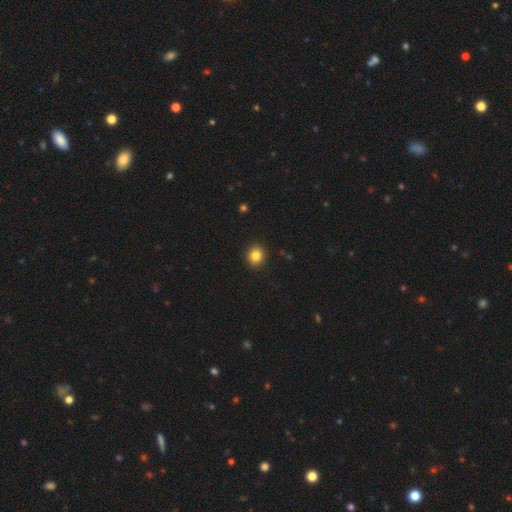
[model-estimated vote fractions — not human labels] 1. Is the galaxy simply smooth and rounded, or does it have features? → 84% smooth, 11% star or artifact, 5% featured or disk.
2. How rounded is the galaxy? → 85% round, 14% in between, 1% cigar-shaped.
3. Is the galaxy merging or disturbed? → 92% none, 5% minor disturbance, 2% major disturbance, 1% merger.